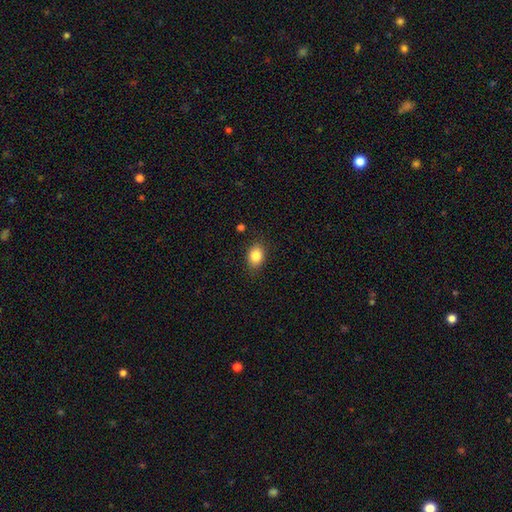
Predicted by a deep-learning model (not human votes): Q: Smooth or featured?
A: smooth (86%); runner-up: star or artifact (9%)
Q: How rounded?
A: in between (69%); runner-up: round (29%)
Q: Merging?
A: none (85%); runner-up: minor disturbance (11%)